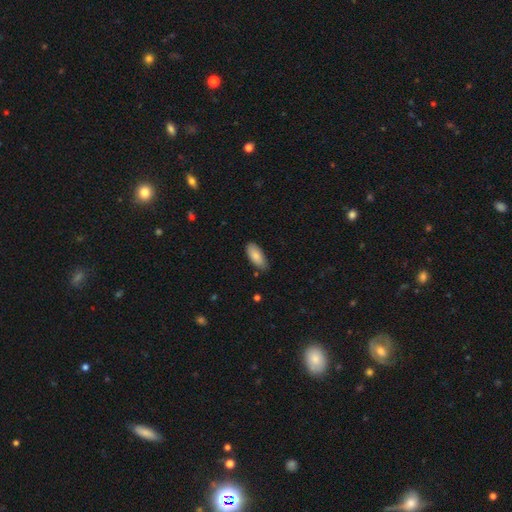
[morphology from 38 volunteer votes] Volunteers were most divided on "merging": none: 78%, minor disturbance: 16%, major disturbance: 3%, merger: 3%. More confident: smooth or featured — smooth (92%); how rounded — in between (89%).